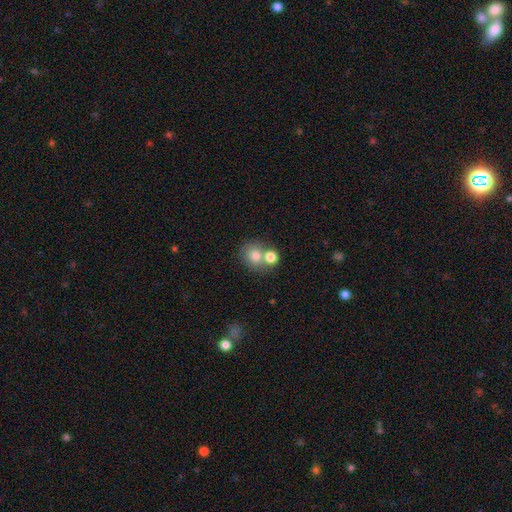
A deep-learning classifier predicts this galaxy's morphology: Smooth or featured? smooth (77%)
How rounded? round (77%)
Merging? merger (48%)